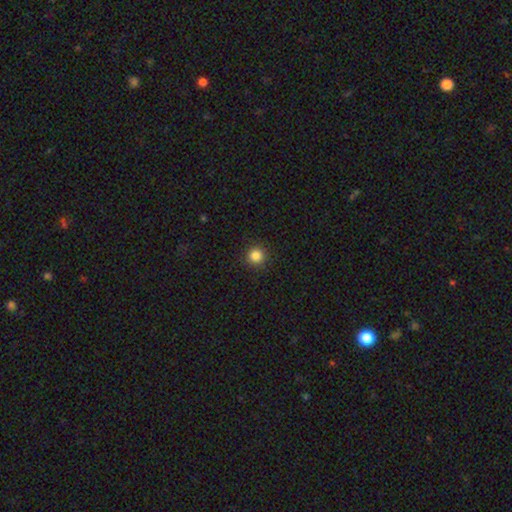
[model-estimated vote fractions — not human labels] Q: Smooth or featured?
A: smooth (85%); runner-up: star or artifact (12%)
Q: How rounded?
A: round (95%); runner-up: in between (4%)
Q: Merging?
A: none (92%); runner-up: minor disturbance (5%)